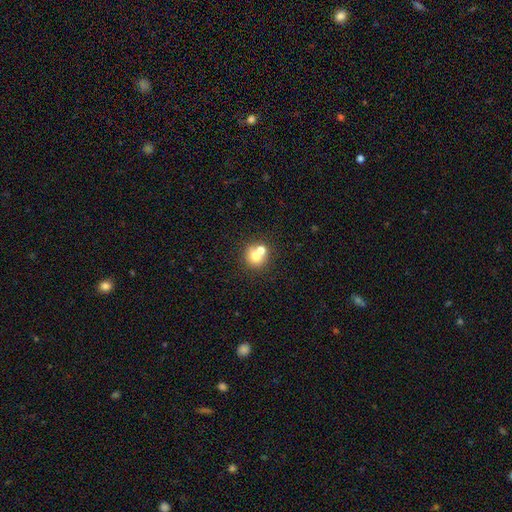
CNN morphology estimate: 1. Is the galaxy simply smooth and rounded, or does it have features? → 69% smooth, 19% featured or disk, 12% star or artifact.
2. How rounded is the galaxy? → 86% round, 13% in between, 1% cigar-shaped.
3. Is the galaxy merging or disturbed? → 46% none, 44% merger, 7% minor disturbance, 3% major disturbance.